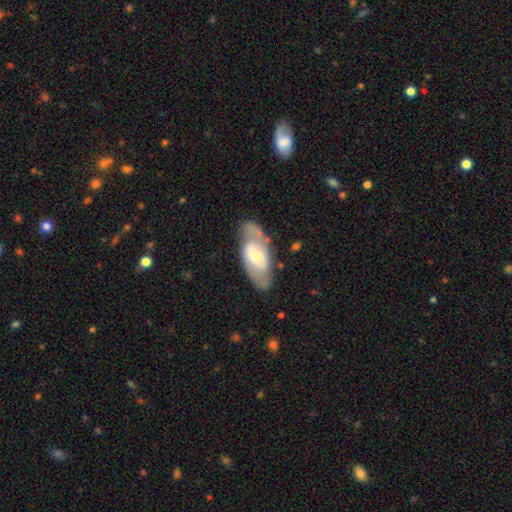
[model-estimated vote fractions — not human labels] Smooth or featured? Predicted: featured or disk (p=0.63). Edge-on disk? Predicted: no (p=0.90). Bar? Predicted: no (p=0.45). Spiral arms? Predicted: yes (p=0.66). Bulge size? Predicted: moderate (p=0.49). Merging? Predicted: none (p=0.72).